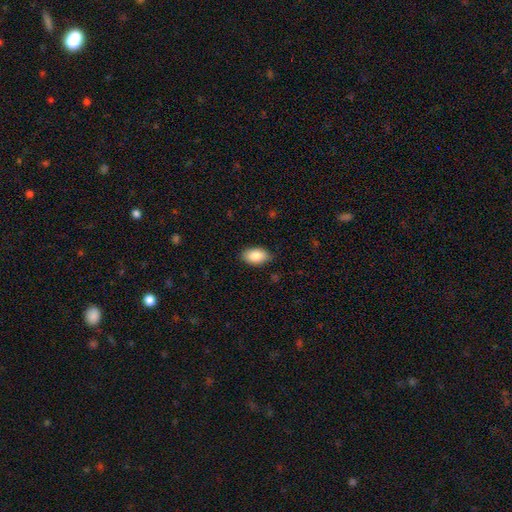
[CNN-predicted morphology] A smooth galaxy with no disk features (87%) that is in between round and cigar-shaped (93%). Merging: none (85%).